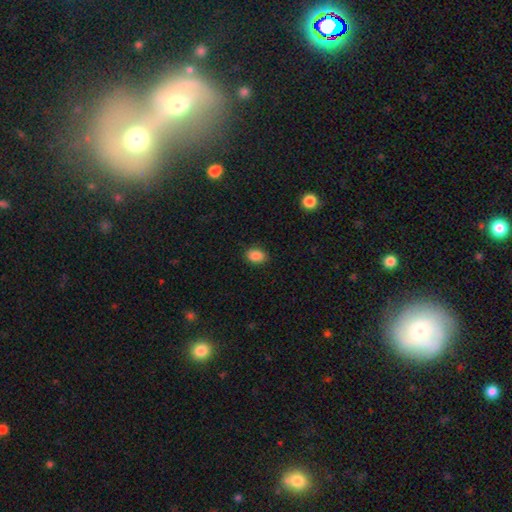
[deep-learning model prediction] A smooth galaxy with no disk features (88%) that is in between round and cigar-shaped (75%).

Vote fractions:
- Smooth or featured? smooth: 88% / star or artifact: 9% / featured or disk: 3%
- How rounded? in between: 75% / round: 24% / cigar-shaped: 1%
- Merging? none: 89% / minor disturbance: 8% / major disturbance: 2% / merger: 1%